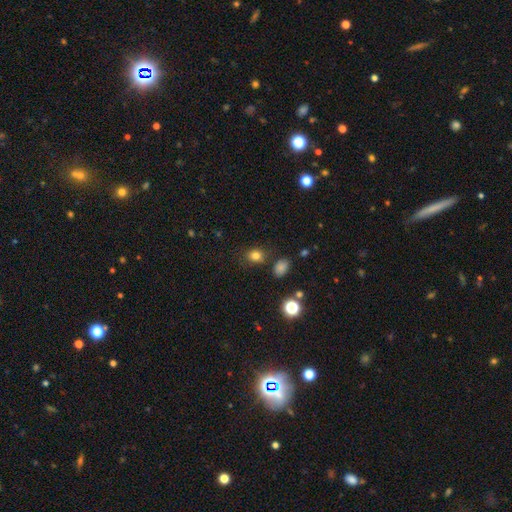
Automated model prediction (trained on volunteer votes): smooth-or-featured: smooth: 79% | star or artifact: 14% | featured or disk: 7%
  how-rounded: round: 52% | in between: 47% | cigar-shaped: 1%
  merging: none: 77% | minor disturbance: 13% | merger: 5% | major disturbance: 4%